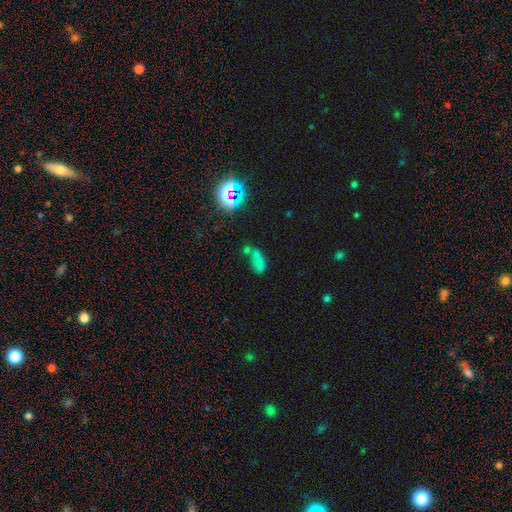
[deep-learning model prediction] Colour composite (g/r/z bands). It shows a smooth galaxy with no disk features (56%) that is in between round and cigar-shaped (78%). Merging: none (37%).